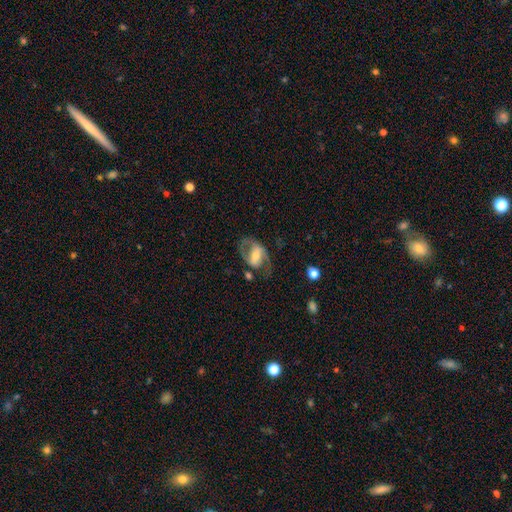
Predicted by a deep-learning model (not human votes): This appears to be a featured or disk galaxy (69%) with a strong bar (39%), spiral arms (73%) and a moderate central bulge (49%). Merging: none (55%).